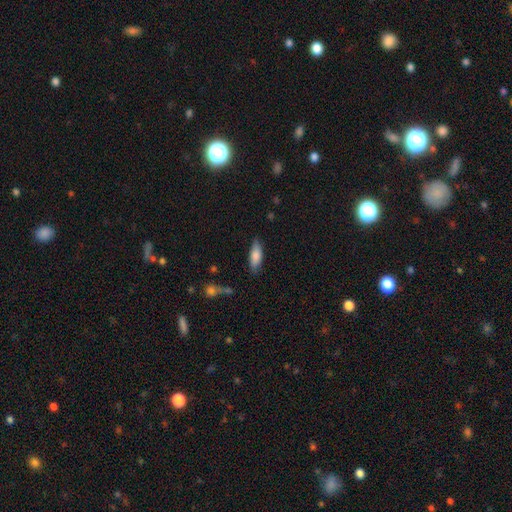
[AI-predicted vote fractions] A smooth galaxy with no disk features (81%) that is in between round and cigar-shaped (68%).

Vote fractions:
- Smooth or featured? smooth: 81% / featured or disk: 13% / star or artifact: 6%
- How rounded? in between: 68% / cigar-shaped: 30% / round: 2%
- Merging? none: 76% / minor disturbance: 18% / major disturbance: 4% / merger: 2%